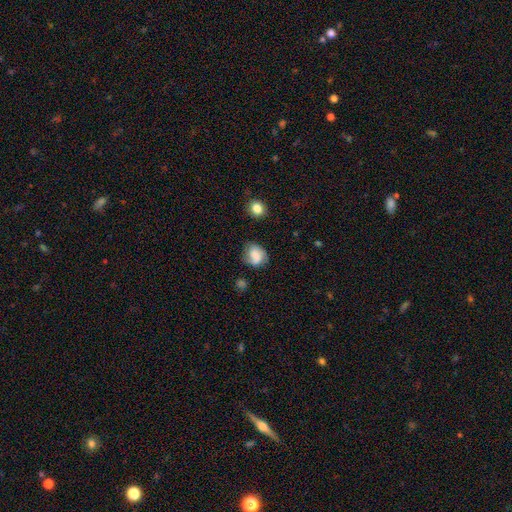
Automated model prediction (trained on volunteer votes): The model was most divided on "how rounded": round: 58%, in between: 41%, cigar-shaped: 1%. More confident: merging — none (61%); smooth or featured — smooth (58%).